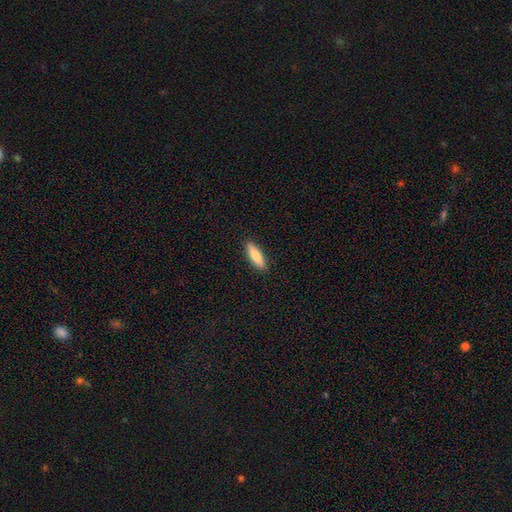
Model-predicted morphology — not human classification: smooth 81%, featured or disk 13%, star or artifact 5%. Down the decision tree: how rounded — cigar-shaped (61%); merging — none (90%).